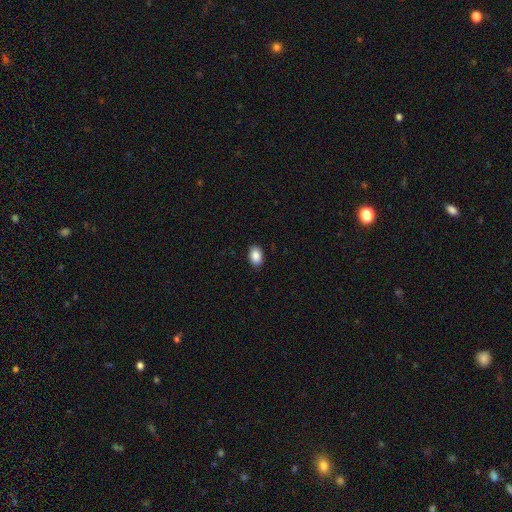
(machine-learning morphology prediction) Q: Smooth or featured?
A: smooth (89%); runner-up: star or artifact (8%)
Q: How rounded?
A: in between (85%); runner-up: round (14%)
Q: Merging?
A: none (89%); runner-up: minor disturbance (8%)